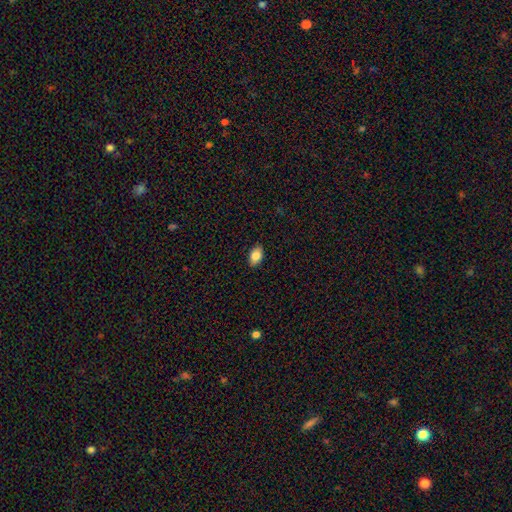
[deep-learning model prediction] The model was most divided on "smooth or featured": smooth: 84%, featured or disk: 8%, star or artifact: 8%. More confident: how rounded — in between (91%); merging — none (89%).